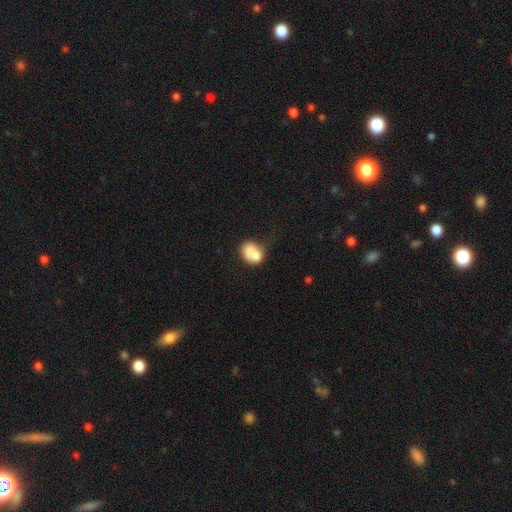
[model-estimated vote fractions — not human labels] A smooth galaxy with no disk features (73%) that is in between round and cigar-shaped (58%). Merging: merger (47%).